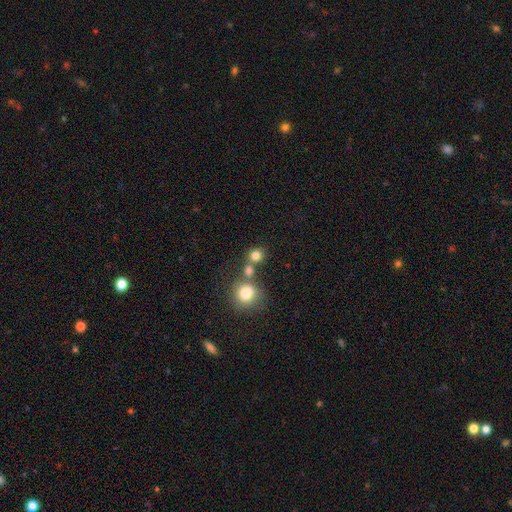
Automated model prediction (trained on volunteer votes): Smooth or featured? Predicted: smooth (p=0.79). How rounded? Predicted: round (p=0.87). Merging? Predicted: none (p=0.59).